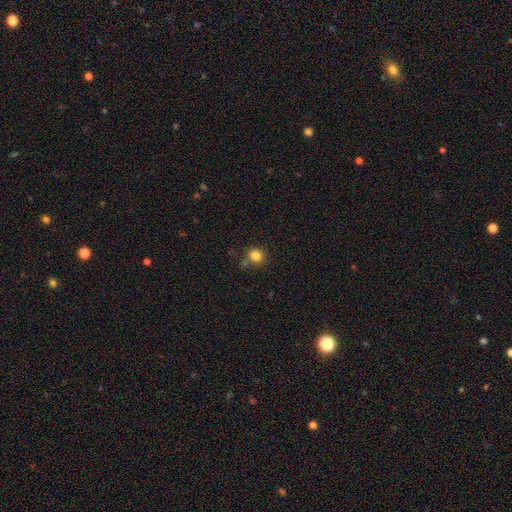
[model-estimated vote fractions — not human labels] Smooth or featured? Predicted: smooth (p=0.84). How rounded? Predicted: round (p=0.72). Merging? Predicted: none (p=0.74).